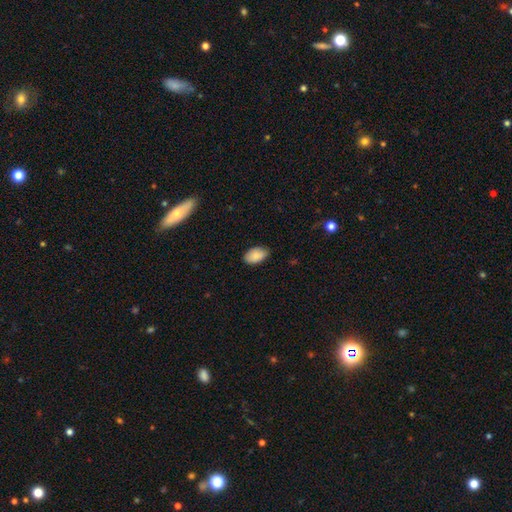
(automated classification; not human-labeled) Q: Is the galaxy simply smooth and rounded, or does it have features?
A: smooth — 86%.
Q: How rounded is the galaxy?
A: in between — 93%.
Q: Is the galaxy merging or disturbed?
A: none — 81%.